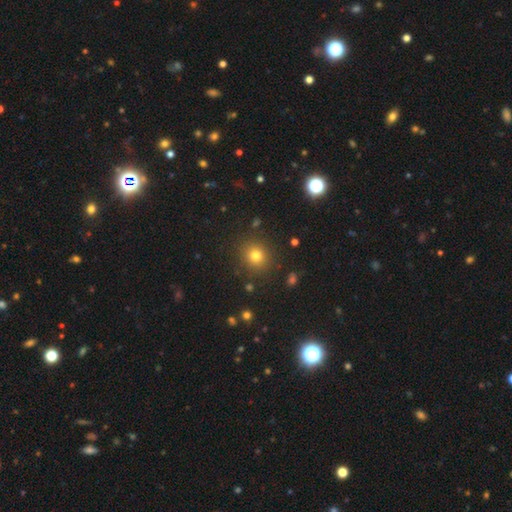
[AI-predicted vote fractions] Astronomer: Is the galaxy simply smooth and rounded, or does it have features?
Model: smooth — 78%.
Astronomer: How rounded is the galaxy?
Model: round — 88%.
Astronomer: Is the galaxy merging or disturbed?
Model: none — 88%.